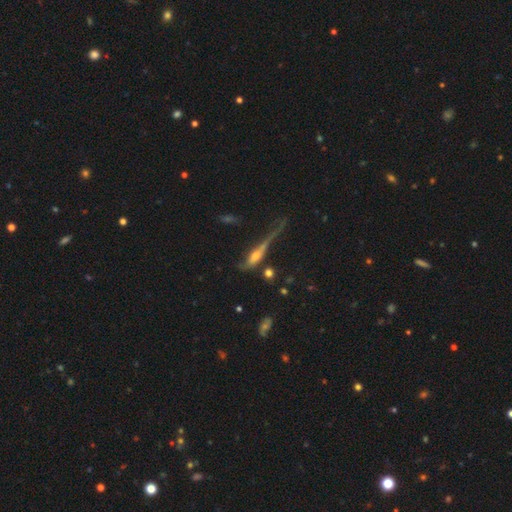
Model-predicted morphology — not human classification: A featured or disk galaxy (55%) viewed edge-on (69%). Merging: major disturbance (43%).